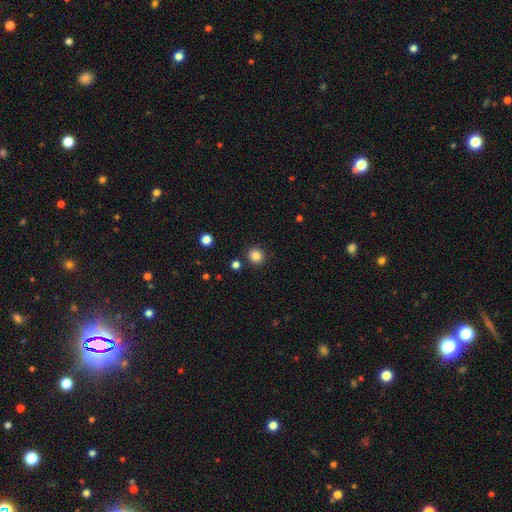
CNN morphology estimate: A smooth galaxy with no disk features (85%) that is round (90%). Merging: none (89%).